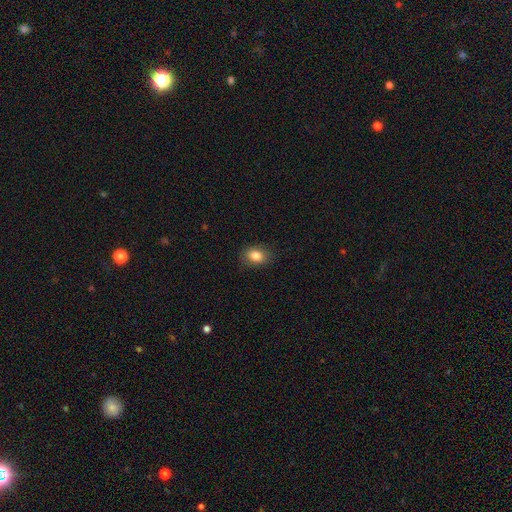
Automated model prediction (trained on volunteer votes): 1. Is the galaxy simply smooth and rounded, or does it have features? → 84% smooth, 10% star or artifact, 7% featured or disk.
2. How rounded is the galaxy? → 66% in between, 32% round, 1% cigar-shaped.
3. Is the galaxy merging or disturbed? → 83% none, 13% minor disturbance, 3% major disturbance, 1% merger.